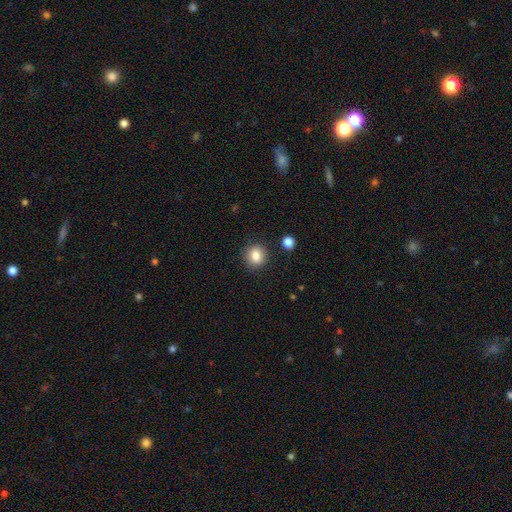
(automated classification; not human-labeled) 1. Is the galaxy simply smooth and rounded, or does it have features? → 84% smooth, 10% star or artifact, 7% featured or disk.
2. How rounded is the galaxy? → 76% round, 23% in between, 1% cigar-shaped.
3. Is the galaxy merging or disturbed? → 87% none, 9% minor disturbance, 2% major disturbance, 2% merger.